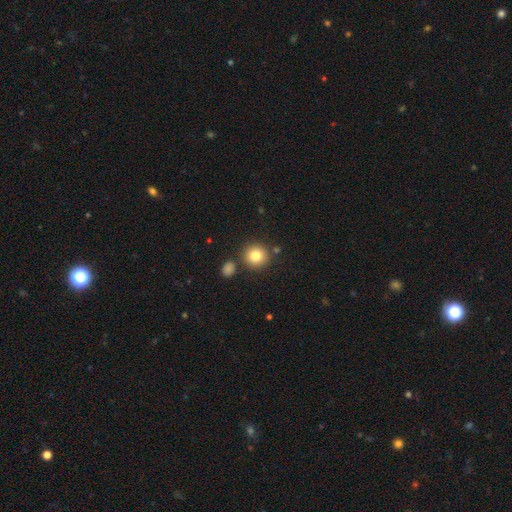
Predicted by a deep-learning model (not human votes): Overall: smooth (82%). How rounded: round (92%). Merging: none (82%).